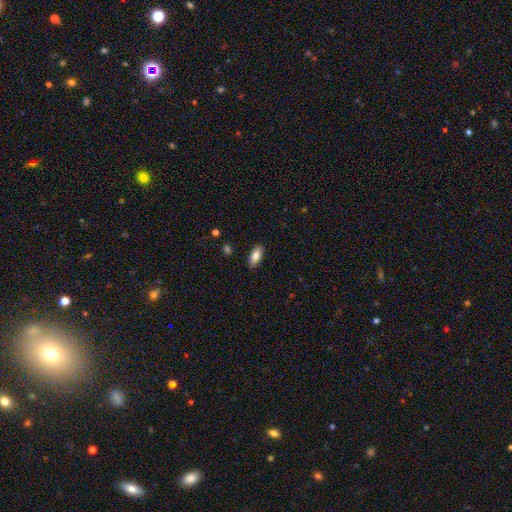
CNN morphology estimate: smooth_or_featured: smooth (p=0.84) [alt: featured or disk p=0.09]
how_rounded: in between (p=0.87) [alt: cigar-shaped p=0.10]
merging: none (p=0.87) [alt: minor disturbance p=0.10]